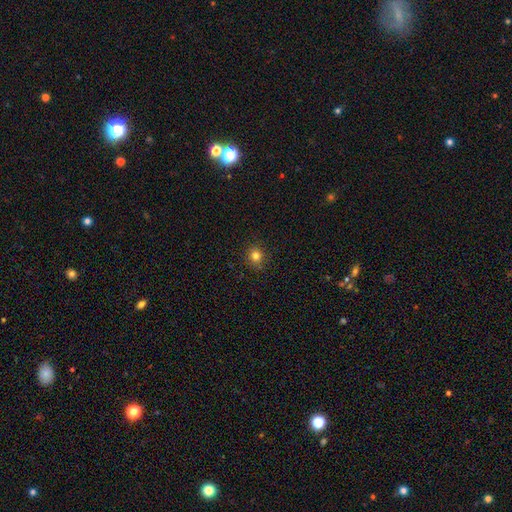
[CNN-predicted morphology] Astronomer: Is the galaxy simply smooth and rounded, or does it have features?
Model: smooth — 80%.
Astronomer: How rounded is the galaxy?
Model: round — 90%.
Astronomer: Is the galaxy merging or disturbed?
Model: none — 90%.